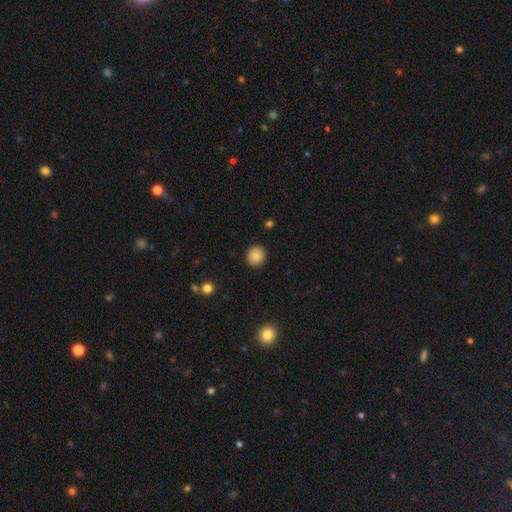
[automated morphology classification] Smooth or featured? smooth (88%)
How rounded? round (91%)
Merging? none (92%)